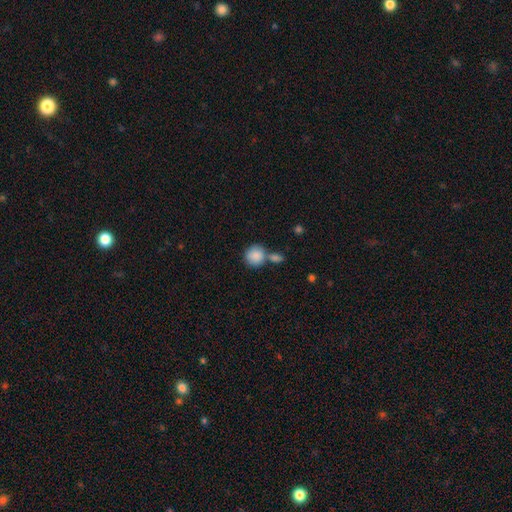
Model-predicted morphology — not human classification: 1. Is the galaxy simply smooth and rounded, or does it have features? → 87% smooth, 7% star or artifact, 6% featured or disk.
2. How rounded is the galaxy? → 86% round, 12% in between, 1% cigar-shaped.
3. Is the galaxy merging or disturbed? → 48% none, 37% merger, 11% minor disturbance, 4% major disturbance.